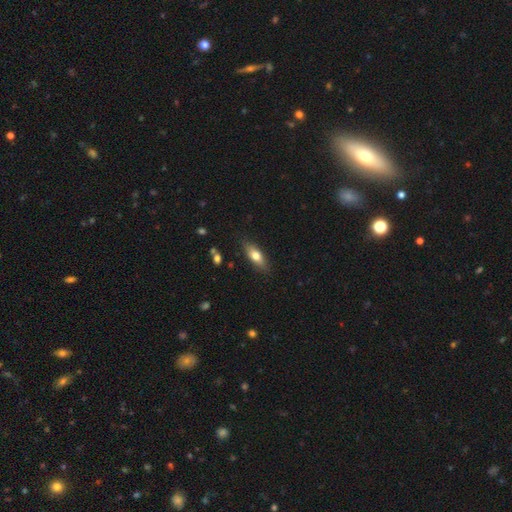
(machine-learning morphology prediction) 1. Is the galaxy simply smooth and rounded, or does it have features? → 67% smooth, 26% featured or disk, 7% star or artifact.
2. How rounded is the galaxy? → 65% in between, 32% cigar-shaped, 3% round.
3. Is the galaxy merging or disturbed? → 84% none, 12% minor disturbance, 2% major disturbance, 2% merger.